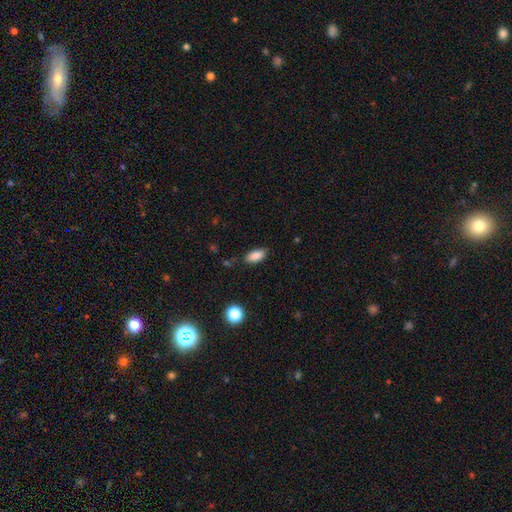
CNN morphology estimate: Smooth or featured: smooth — 87% (star or artifact — 8%)
How rounded: in between — 90% (cigar-shaped — 7%)
Merging: none — 80% (minor disturbance — 15%)